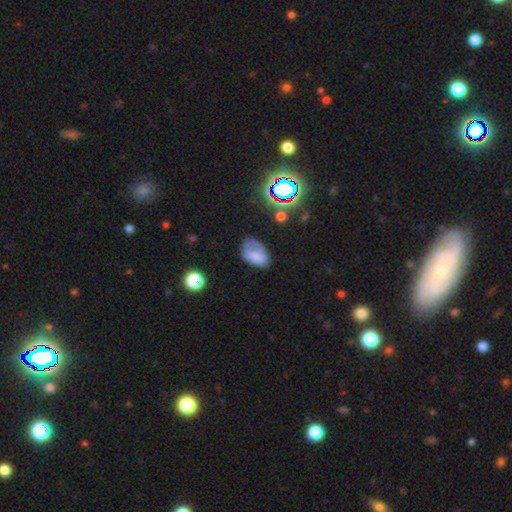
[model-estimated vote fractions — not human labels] Q: Smooth or featured?
A: smooth (64%); runner-up: featured or disk (23%)
Q: How rounded?
A: in between (87%); runner-up: round (12%)
Q: Merging?
A: none (48%); runner-up: minor disturbance (31%)